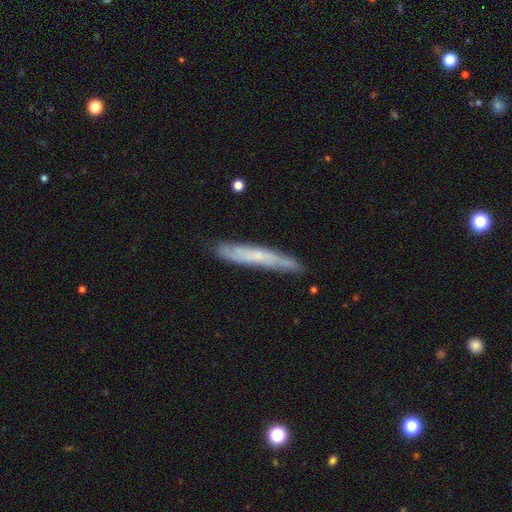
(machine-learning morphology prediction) Overall: featured or disk (50%; smooth 43%). Edge-on disk: yes (76%). Merging: none (81%).